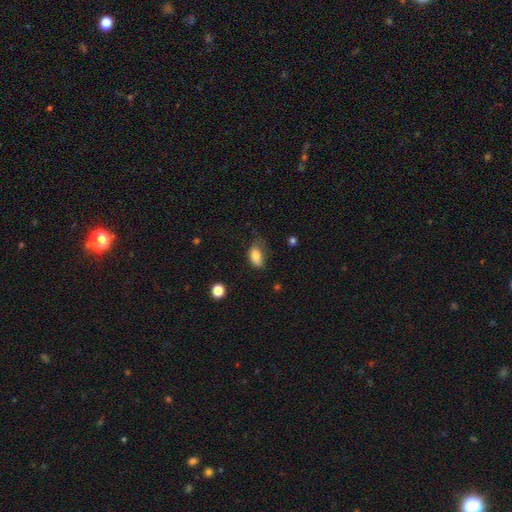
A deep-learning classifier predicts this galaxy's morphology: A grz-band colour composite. It shows a smooth galaxy with no disk features (82%) that is in between round and cigar-shaped (88%). Merging: none (41%).